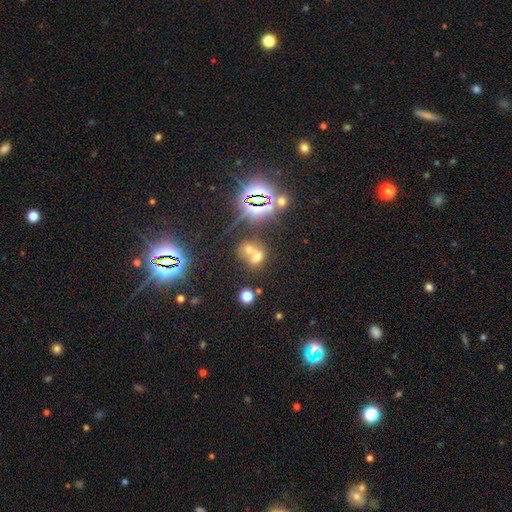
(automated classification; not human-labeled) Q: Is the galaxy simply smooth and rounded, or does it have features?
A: smooth — 45%.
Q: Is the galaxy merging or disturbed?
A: merger — 60%.